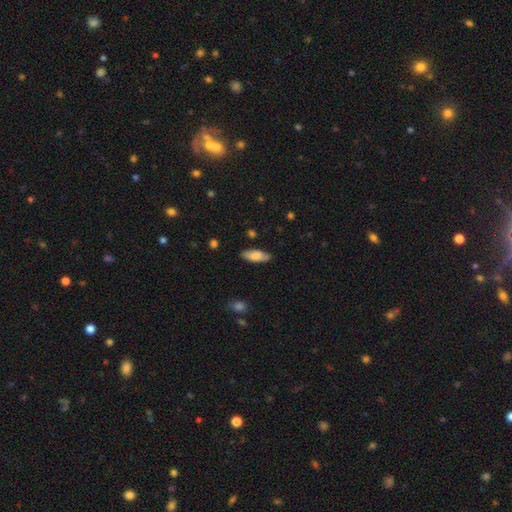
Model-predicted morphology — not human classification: smooth_or_featured: smooth (p=0.77) [alt: featured or disk p=0.17]
how_rounded: in between (p=0.72) [alt: cigar-shaped p=0.26]
merging: none (p=0.83) [alt: minor disturbance p=0.13]